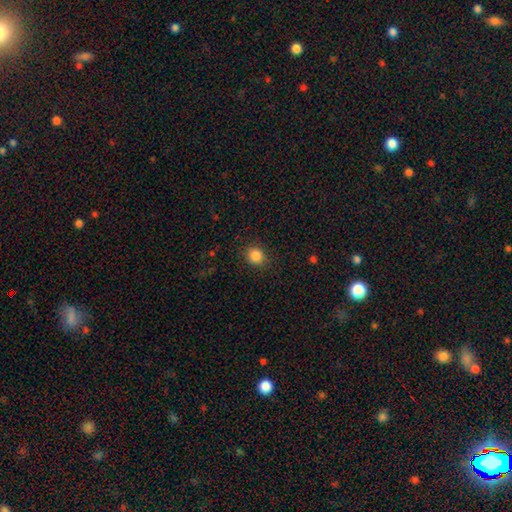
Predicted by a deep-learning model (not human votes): smooth 86%, star or artifact 10%, featured or disk 4%. Down the decision tree: how rounded — round (80%); merging — none (89%).